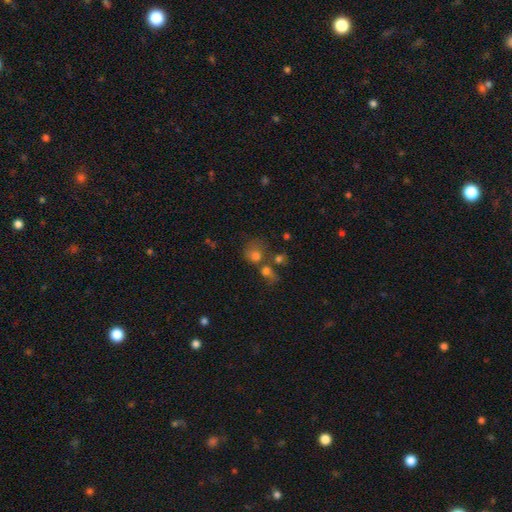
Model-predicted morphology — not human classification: The model was most divided on "merging": merger: 42%, none: 38%, minor disturbance: 11%, major disturbance: 10%. More confident: how rounded — round (75%); smooth or featured — smooth (65%).